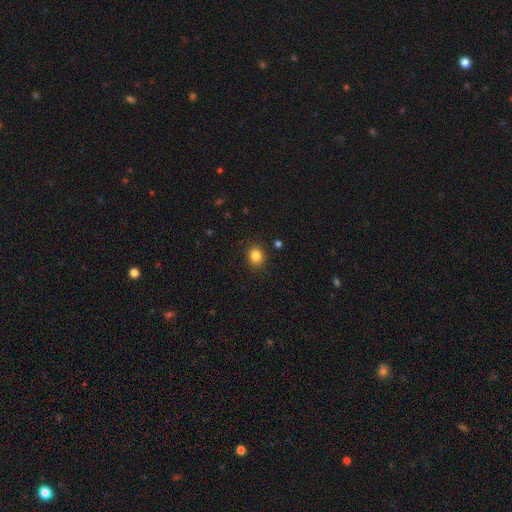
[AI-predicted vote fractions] A smooth galaxy with no disk features (84%) that is round (67%).

Vote fractions:
- Smooth or featured? smooth: 84% / star or artifact: 11% / featured or disk: 5%
- How rounded? round: 67% / in between: 32% / cigar-shaped: 1%
- Merging? none: 89% / minor disturbance: 8% / major disturbance: 2% / merger: 1%